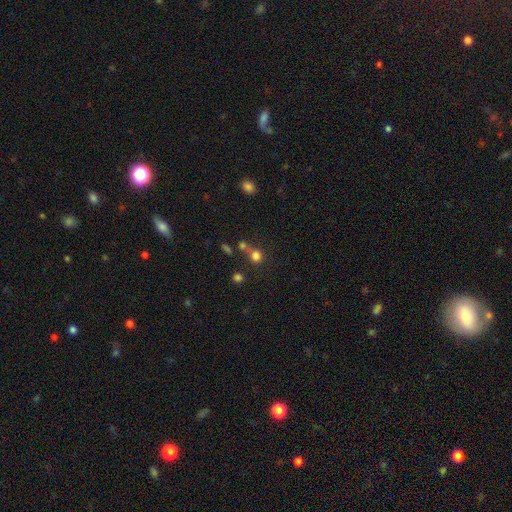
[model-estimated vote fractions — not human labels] The model was most divided on "merging": none: 53%, merger: 31%, minor disturbance: 10%, major disturbance: 6%. More confident: how rounded — round (81%); smooth or featured — smooth (76%).